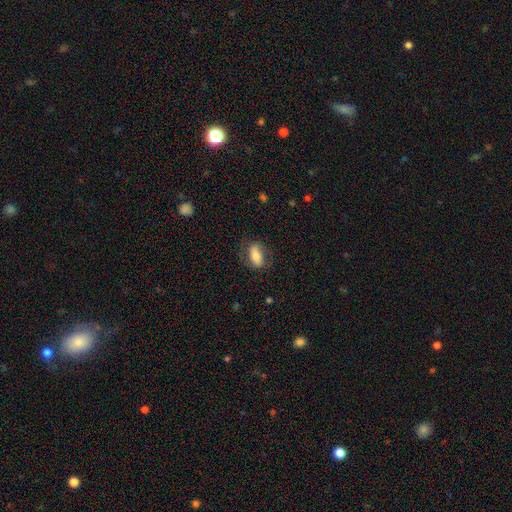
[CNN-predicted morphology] Smooth or featured? Predicted: smooth (p=0.61). How rounded? Predicted: in between (p=0.82). Merging? Predicted: none (p=0.71).